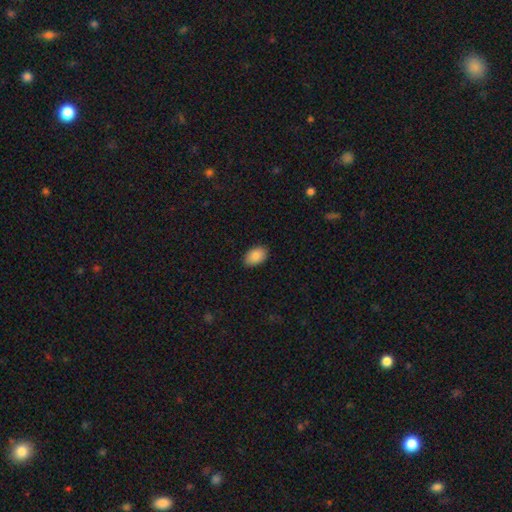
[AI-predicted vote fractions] Morphology: type=smooth (89%); roundness=in between (90%); merging=none (87%).